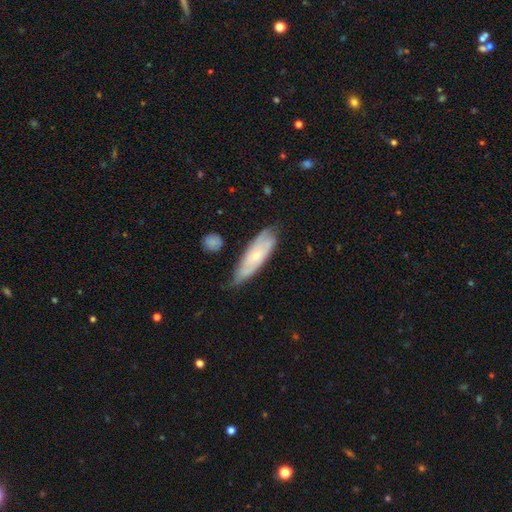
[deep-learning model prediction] Smooth or featured? Predicted: featured or disk (p=0.55). Edge-on disk? Predicted: no (p=0.76). Merging? Predicted: none (p=0.67).